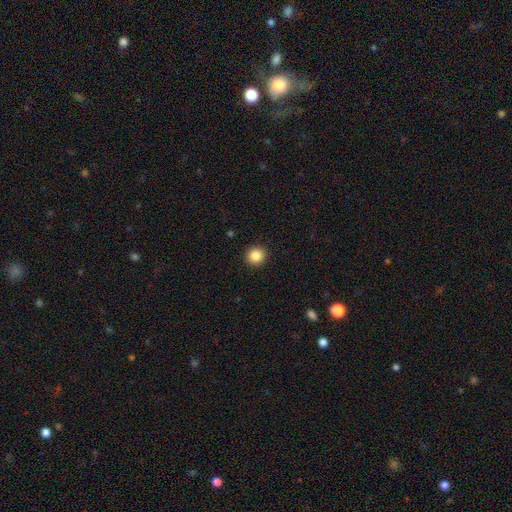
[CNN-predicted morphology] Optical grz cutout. It shows a smooth galaxy with no disk features (86%) that is round (93%). Merging: none (92%).